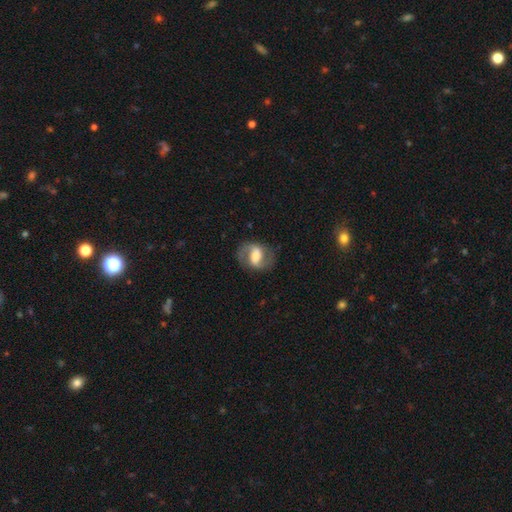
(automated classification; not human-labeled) A featured or disk galaxy (78%) with a weak bar (45%), 2 (91%) medium (53%) spiral arms (92%) and a moderate central bulge (48%). Merging: none (81%).